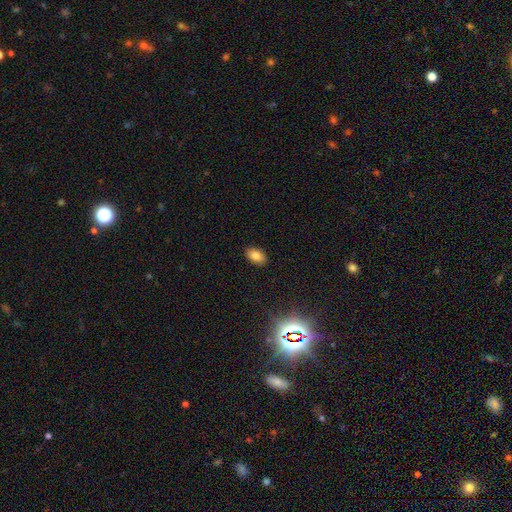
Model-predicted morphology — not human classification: This appears to be a smooth galaxy with no disk features (81%) that is in between round and cigar-shaped (89%). Merging: none (89%).